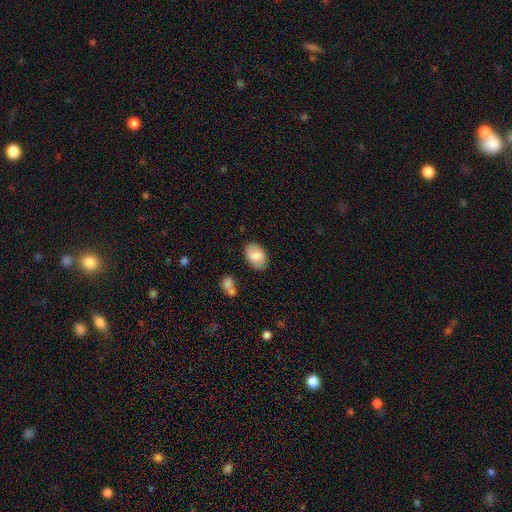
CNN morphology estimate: Smooth or featured? Predicted: smooth (p=0.78). How rounded? Predicted: in between (p=0.88). Merging? Predicted: none (p=0.79).